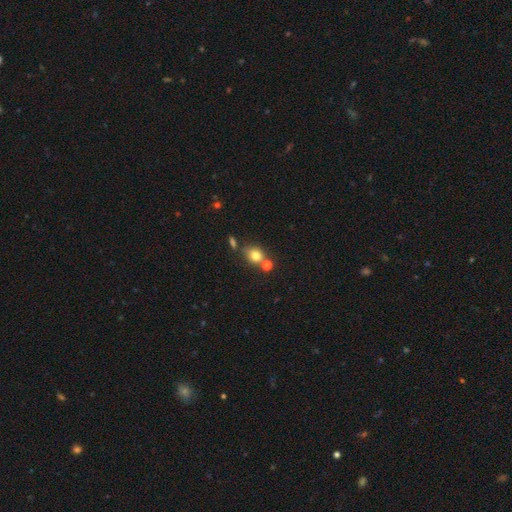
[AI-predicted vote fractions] smooth_or_featured: smooth (p=0.77) [alt: star or artifact p=0.13]
how_rounded: round (p=0.65) [alt: in between p=0.34]
merging: none (p=0.58) [alt: merger p=0.25]